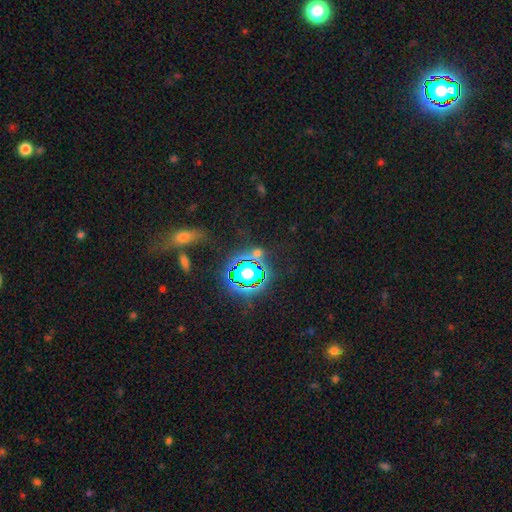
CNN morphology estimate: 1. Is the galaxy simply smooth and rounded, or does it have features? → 68% star or artifact, 21% smooth, 11% featured or disk.